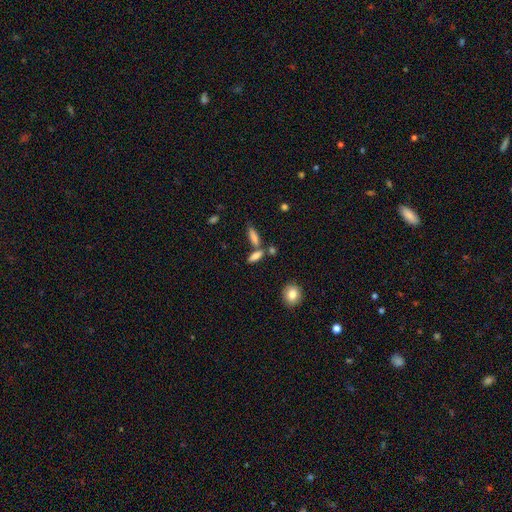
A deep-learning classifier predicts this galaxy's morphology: The model was most divided on "how rounded": in between: 49%, cigar-shaped: 47%, round: 4%. More confident: smooth or featured — smooth (76%); merging — none (55%).